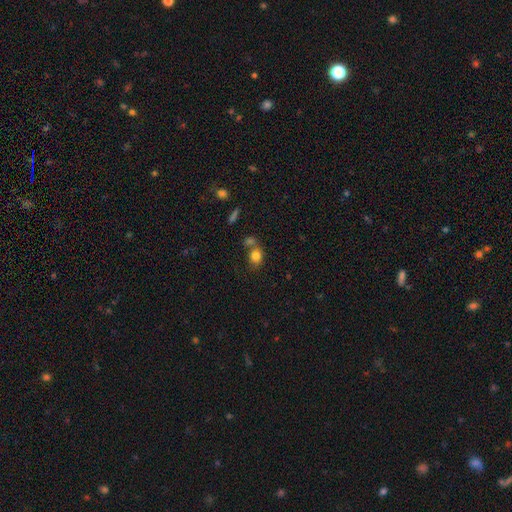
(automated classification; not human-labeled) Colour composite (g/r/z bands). It shows a smooth galaxy with no disk features (81%) that is round (55%). Merging: none (52%).